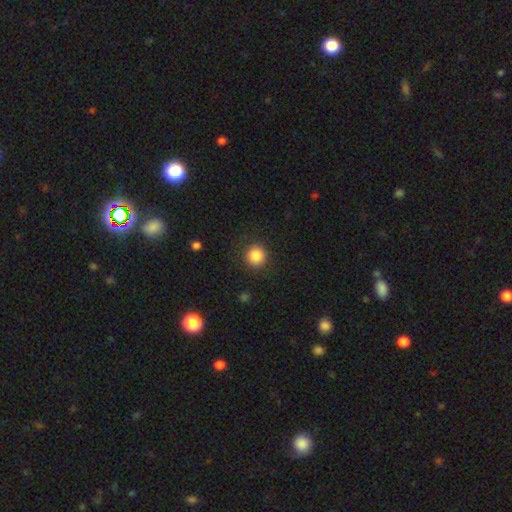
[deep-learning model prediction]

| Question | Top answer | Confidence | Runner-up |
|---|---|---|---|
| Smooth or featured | smooth | 86% | star or artifact (10%) |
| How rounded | round | 93% | in between (6%) |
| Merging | none | 90% | minor disturbance (7%) |